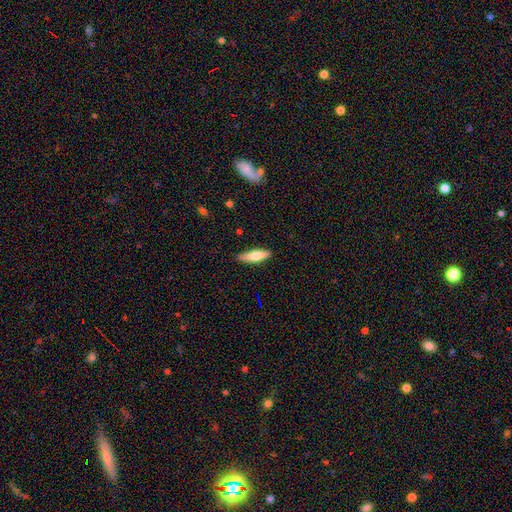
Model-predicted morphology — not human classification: A smooth galaxy with no disk features (65%) that is cigar-shaped (63%). Merging: none (85%).